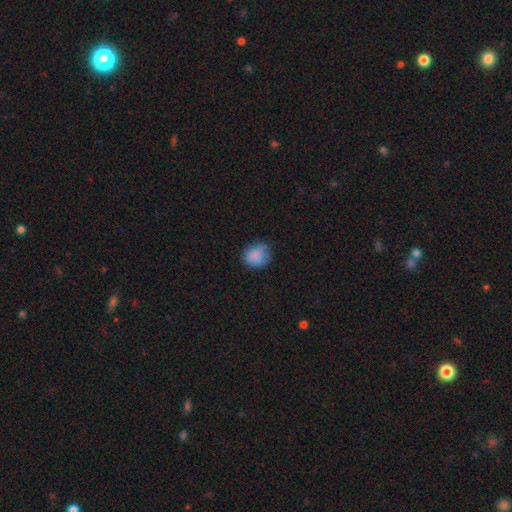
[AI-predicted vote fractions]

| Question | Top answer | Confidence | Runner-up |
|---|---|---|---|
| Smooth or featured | smooth | 84% | star or artifact (9%) |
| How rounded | round | 74% | in between (25%) |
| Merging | none | 65% | minor disturbance (26%) |